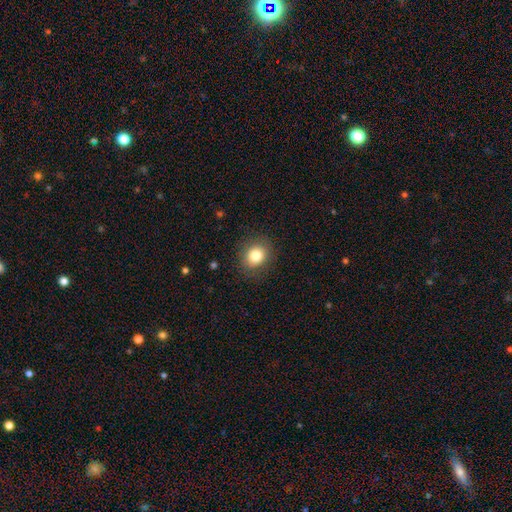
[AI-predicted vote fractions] smooth 81%, star or artifact 10%, featured or disk 9%. Down the decision tree: how rounded — round (67%); merging — none (86%).